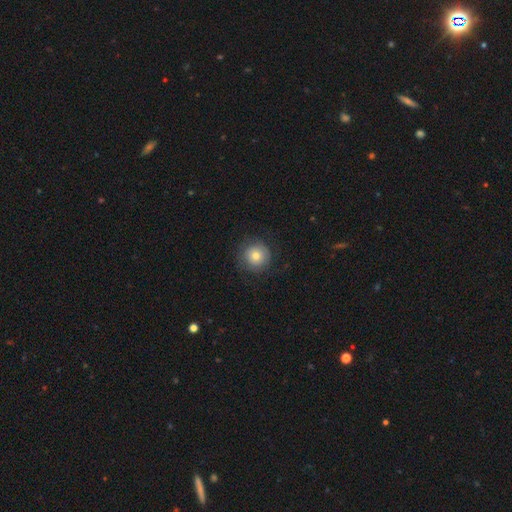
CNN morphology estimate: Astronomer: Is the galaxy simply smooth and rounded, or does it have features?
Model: smooth — 70%.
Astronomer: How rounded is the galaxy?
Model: round — 94%.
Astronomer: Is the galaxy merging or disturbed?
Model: none — 81%.